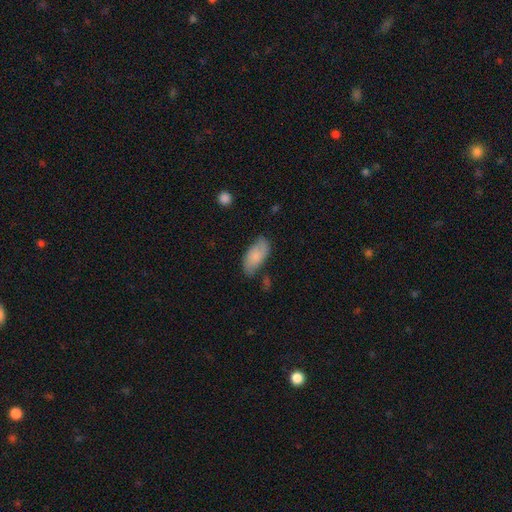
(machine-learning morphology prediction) This appears to be a smooth galaxy with no disk features (79%) that is in between round and cigar-shaped (92%). Merging: none (67%).